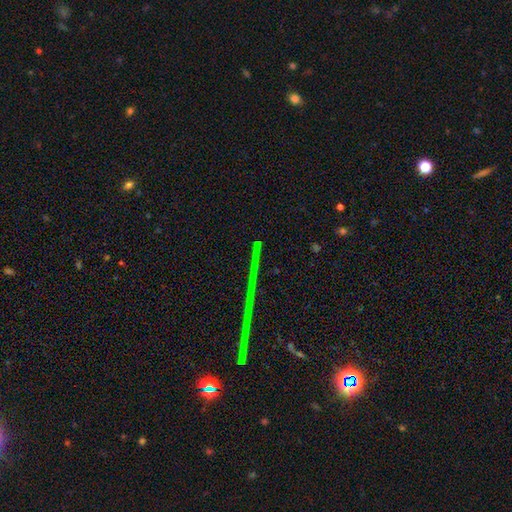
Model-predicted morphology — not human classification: smooth_or_featured: star or artifact (p=0.82) [alt: featured or disk p=0.10]